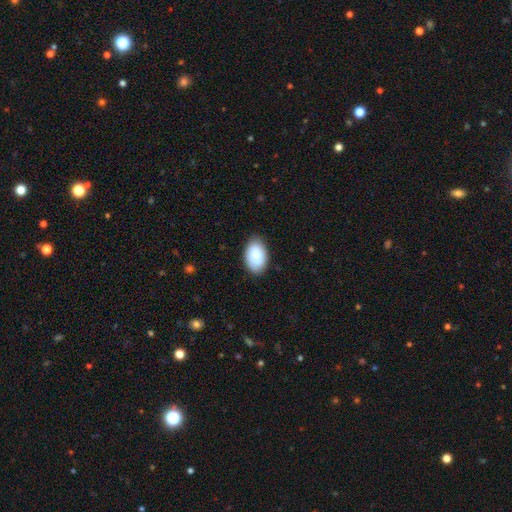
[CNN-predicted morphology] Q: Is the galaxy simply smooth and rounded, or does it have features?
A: smooth — 88%.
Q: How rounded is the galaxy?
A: in between — 92%.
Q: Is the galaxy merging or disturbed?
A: none — 84%.